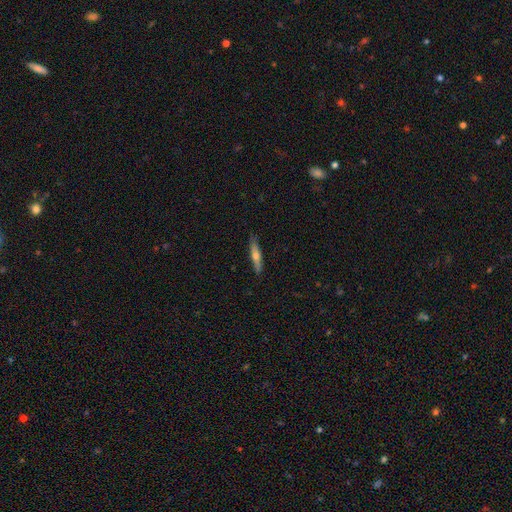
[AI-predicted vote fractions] Q: Smooth or featured?
A: smooth (52%); runner-up: featured or disk (42%)
Q: How rounded?
A: cigar-shaped (85%); runner-up: in between (13%)
Q: Merging?
A: none (85%); runner-up: minor disturbance (12%)